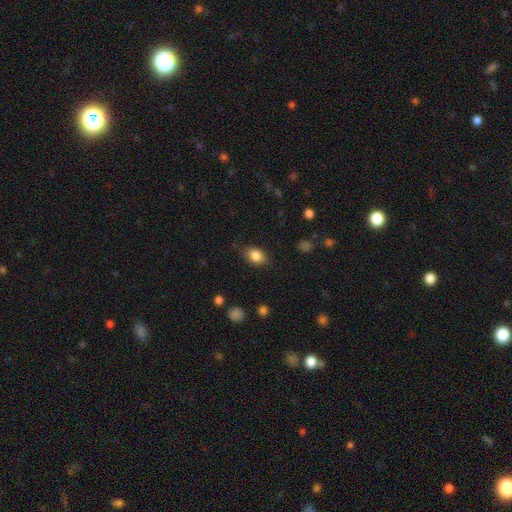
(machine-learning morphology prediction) Q: Smooth or featured?
A: smooth (85%); runner-up: star or artifact (9%)
Q: How rounded?
A: in between (79%); runner-up: round (20%)
Q: Merging?
A: none (80%); runner-up: minor disturbance (15%)